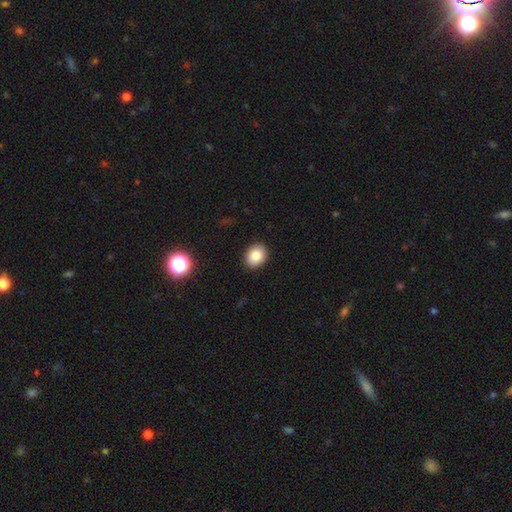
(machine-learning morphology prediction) smooth-or-featured: smooth: 85% | star or artifact: 9% | featured or disk: 5%
  how-rounded: in between: 51% | round: 48% | cigar-shaped: 1%
  merging: none: 90% | minor disturbance: 7% | major disturbance: 2% | merger: 1%